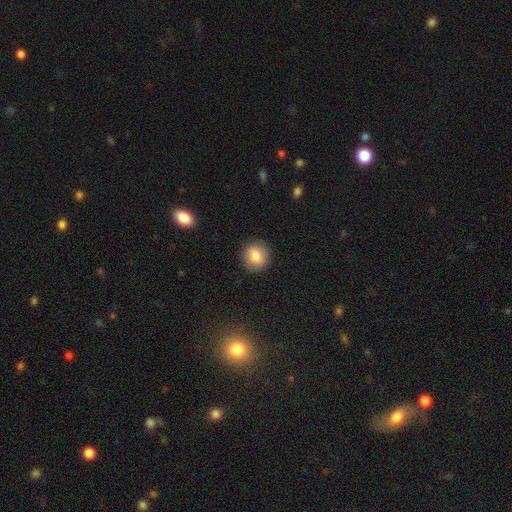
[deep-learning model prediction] Smooth or featured? Predicted: smooth (p=0.82). How rounded? Predicted: round (p=0.85). Merging? Predicted: none (p=0.84).